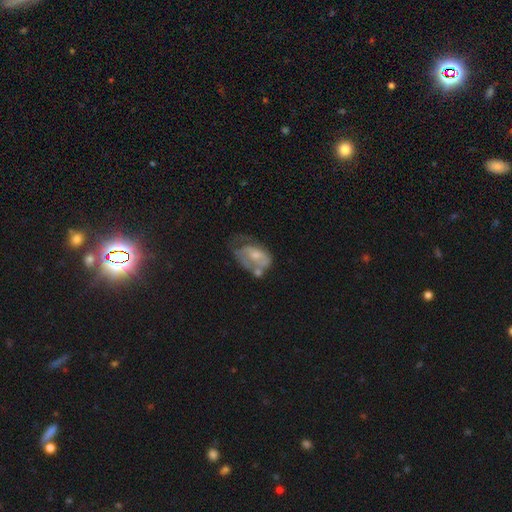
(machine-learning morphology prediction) Q: Smooth or featured?
A: featured or disk (55%); runner-up: smooth (38%)
Q: Edge-on disk?
A: no (96%); runner-up: yes (4%)
Q: Bar?
A: no (69%); runner-up: weak (26%)
Q: Spiral arms?
A: yes (51%); runner-up: no (49%)
Q: Bulge size?
A: small (44%); runner-up: moderate (42%)
Q: Merging?
A: major disturbance (33%); runner-up: minor disturbance (26%)